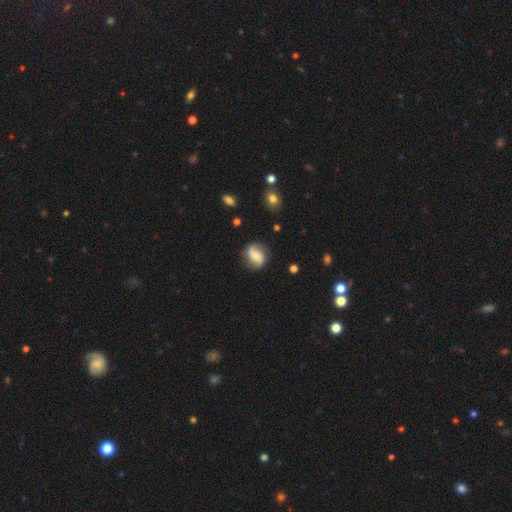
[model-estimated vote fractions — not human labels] This is possibly a featured or disk galaxy (58%). It is clearly not viewed edge-on (97%). Bar: marginally no (41%). Spiral arm pattern: clearly yes (89%). Central bulge: marginally moderate (41%, tied with small). Merging: likely none (76%).